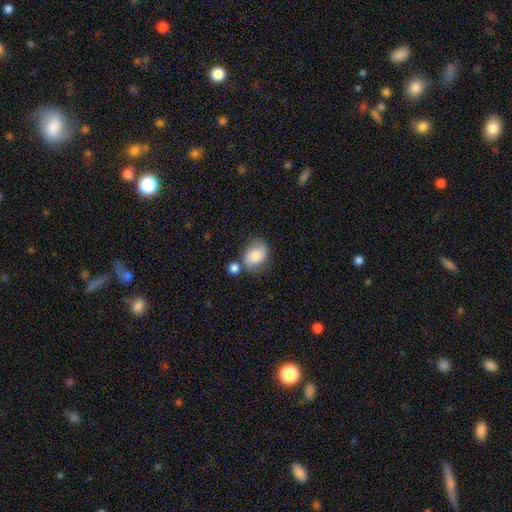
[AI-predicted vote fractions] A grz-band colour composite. It shows a smooth galaxy with no disk features (82%) that is in between round and cigar-shaped (73%). Merging: none (56%).